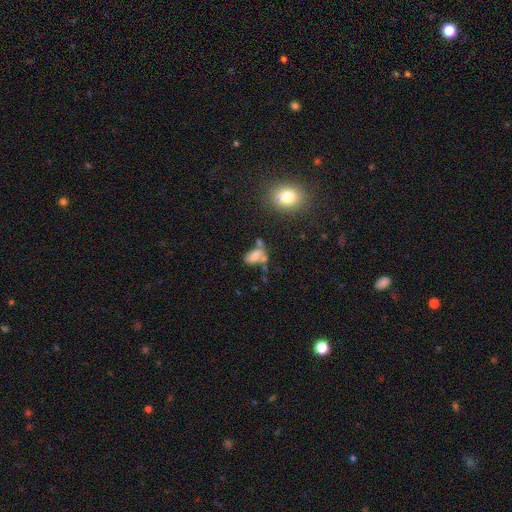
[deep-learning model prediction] The model was most divided on "merging": none: 35%, merger: 34%, minor disturbance: 19%, major disturbance: 12%. More confident: how rounded — in between (87%); smooth or featured — smooth (69%).